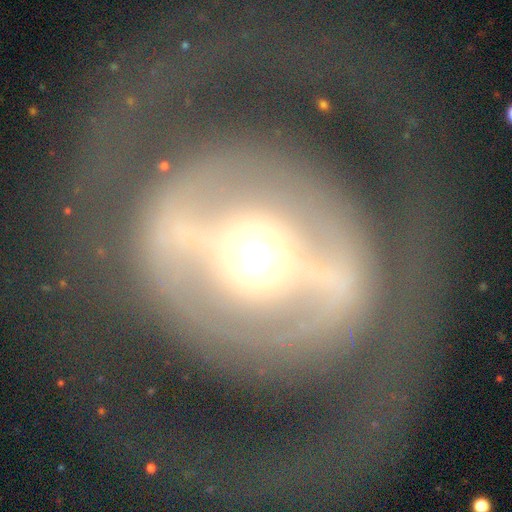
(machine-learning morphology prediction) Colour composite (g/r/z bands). It shows a featured or disk galaxy (77%) with a strong bar (56%), no spiral arms (67%) and a moderate central bulge (59%). Merging: none (75%).